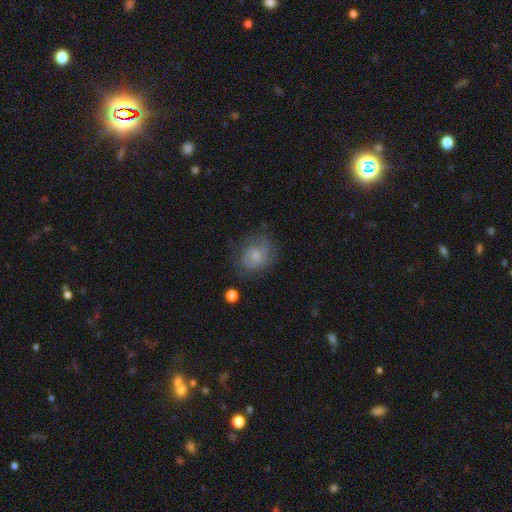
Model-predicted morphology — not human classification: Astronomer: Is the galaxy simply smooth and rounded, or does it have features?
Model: smooth — 49% (runner-up: featured or disk, 42%).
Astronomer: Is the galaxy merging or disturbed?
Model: none — 62%.